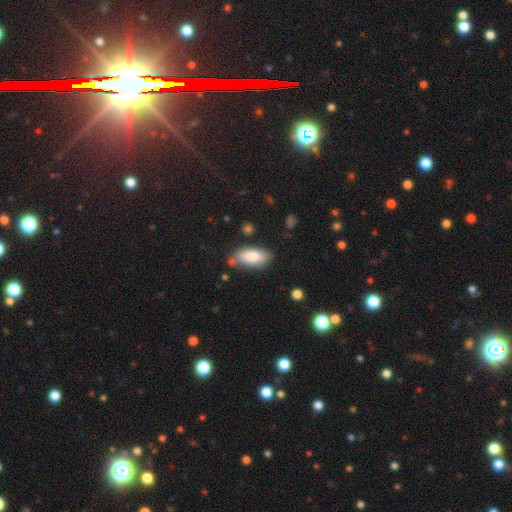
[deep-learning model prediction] Overall: smooth (82%). How rounded: in between (86%). Merging: none (71%).